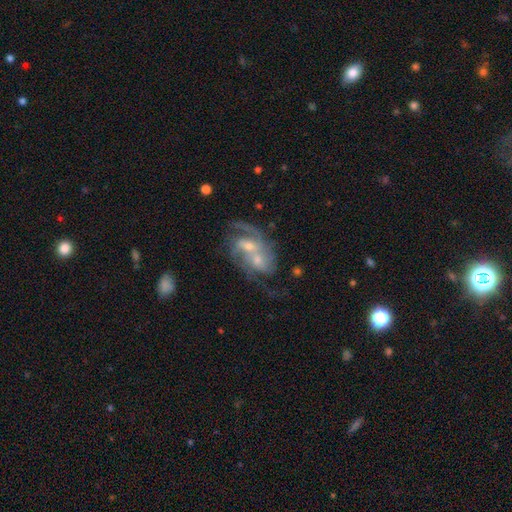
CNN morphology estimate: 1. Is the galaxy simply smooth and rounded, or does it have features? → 78% featured or disk, 15% smooth, 8% star or artifact.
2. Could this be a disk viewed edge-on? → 96% no, 4% yes.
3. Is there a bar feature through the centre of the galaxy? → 54% no, 35% weak, 11% strong.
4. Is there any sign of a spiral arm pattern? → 88% yes, 12% no.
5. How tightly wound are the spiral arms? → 46% medium, 29% loose, 25% tight.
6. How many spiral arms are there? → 59% 2, 17% can't tell, 11% 1, 8% 3, 2% 4, 2% more than 4.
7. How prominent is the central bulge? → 49% small, 43% moderate, 4% none, 3% large, 1% dominant.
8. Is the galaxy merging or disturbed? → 59% merger, 22% none, 10% major disturbance, 9% minor disturbance.